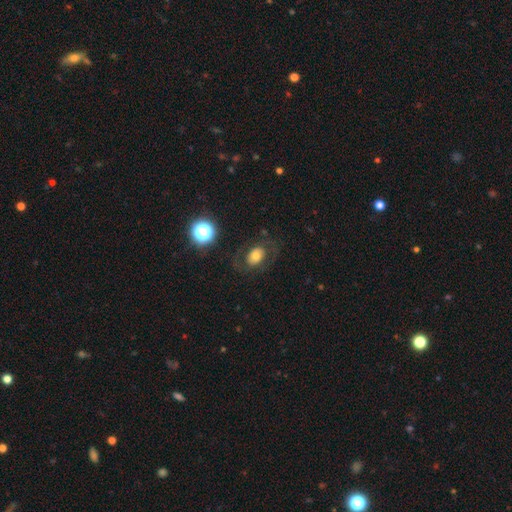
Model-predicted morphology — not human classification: A smooth galaxy with no disk features (60%) that is in between round and cigar-shaped (69%). Merging: none (72%).